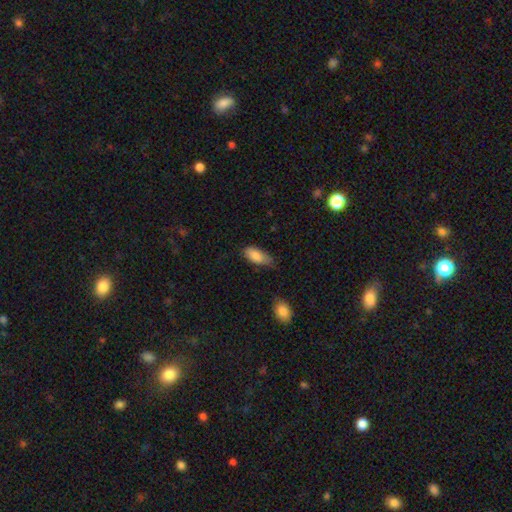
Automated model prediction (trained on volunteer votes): Morphology: type=smooth (85%); roundness=in between (89%); merging=none (48%).